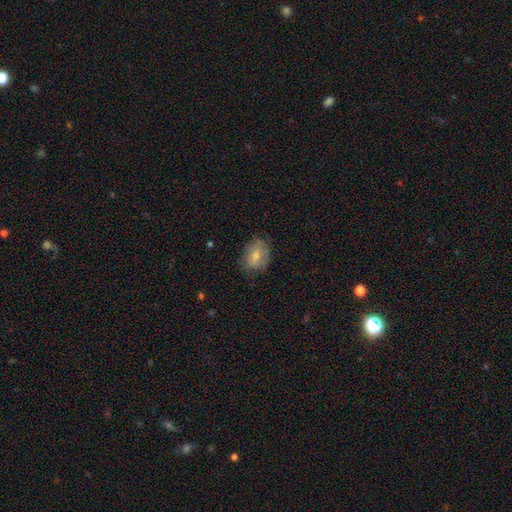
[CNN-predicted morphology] smooth 55%, featured or disk 31%, star or artifact 13%. Down the decision tree: how rounded — in between (57%); merging — none (73%).